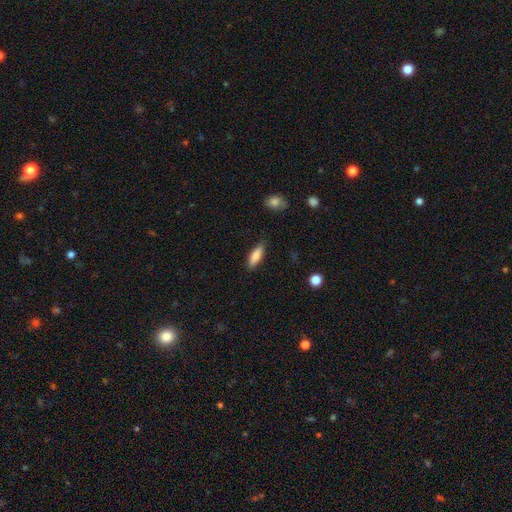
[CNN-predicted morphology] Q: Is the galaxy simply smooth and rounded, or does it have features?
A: smooth — 83%.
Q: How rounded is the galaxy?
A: in between — 58%.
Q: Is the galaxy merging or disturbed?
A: none — 84%.